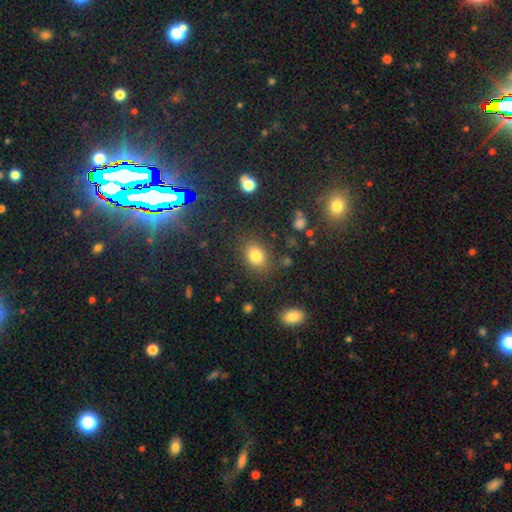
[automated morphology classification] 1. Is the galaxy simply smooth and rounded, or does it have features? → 80% smooth, 12% star or artifact, 8% featured or disk.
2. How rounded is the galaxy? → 64% in between, 34% round, 1% cigar-shaped.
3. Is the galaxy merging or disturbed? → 81% none, 12% minor disturbance, 4% major disturbance, 3% merger.